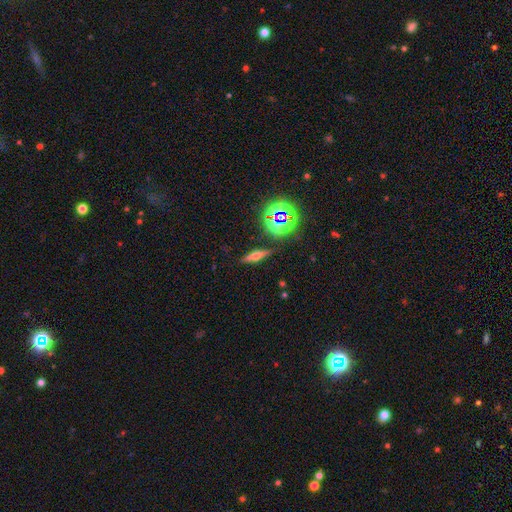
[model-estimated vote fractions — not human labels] Smooth or featured?
  - smooth: 42% *
  - featured or disk: 37%
  - star or artifact: 21%
Merging?
  - none: 86% *
  - minor disturbance: 9%
  - major disturbance: 3%
  - merger: 2%